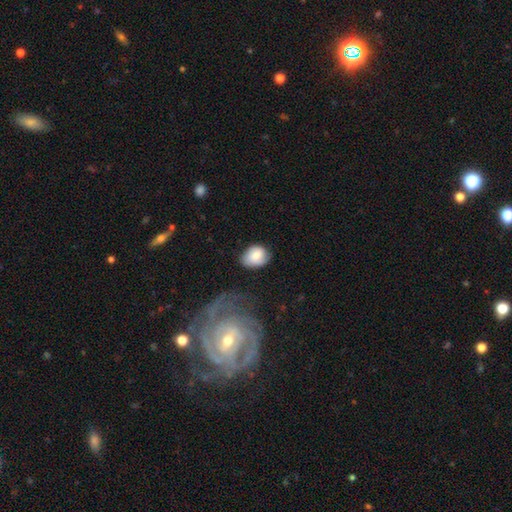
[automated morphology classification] smooth 75%, featured or disk 18%, star or artifact 7%. Down the decision tree: how rounded — in between (64%); merging — none (66%).